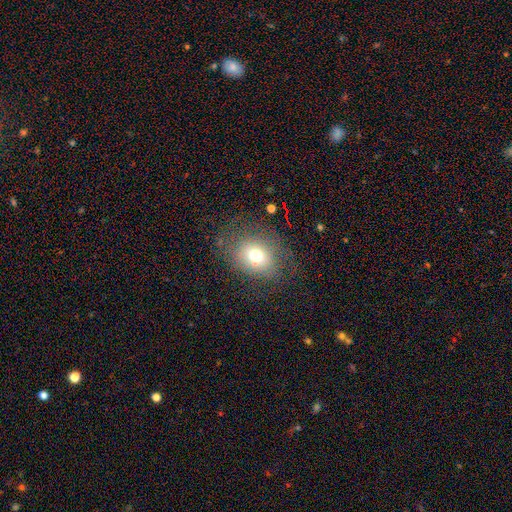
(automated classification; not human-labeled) This appears to be a smooth galaxy with no disk features (66%) that is round (55%). Merging: none (65%).